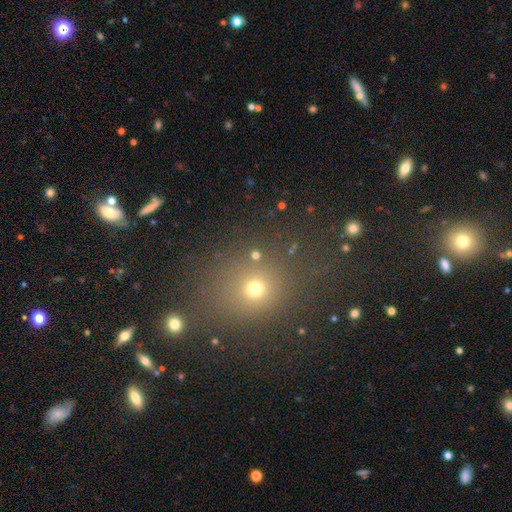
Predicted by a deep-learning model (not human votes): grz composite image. It shows a smooth galaxy with no disk features (67%) that is round (81%). Merging: none (78%).